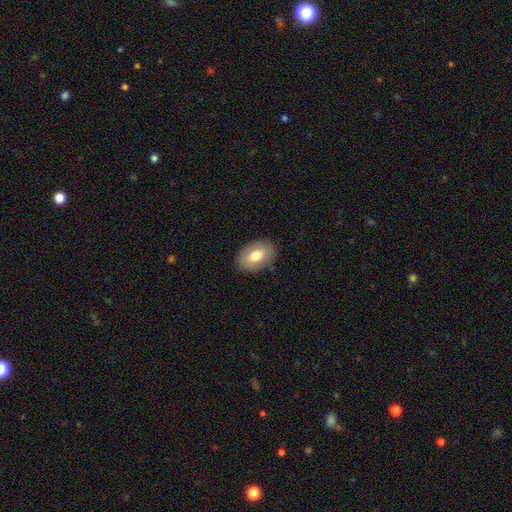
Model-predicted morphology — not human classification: A smooth galaxy with no disk features (73%) that is in between round and cigar-shaped (85%).

Vote fractions:
- Smooth or featured? smooth: 73% / featured or disk: 20% / star or artifact: 7%
- How rounded? in between: 85% / round: 14% / cigar-shaped: 1%
- Merging? none: 86% / minor disturbance: 11% / major disturbance: 3% / merger: 1%